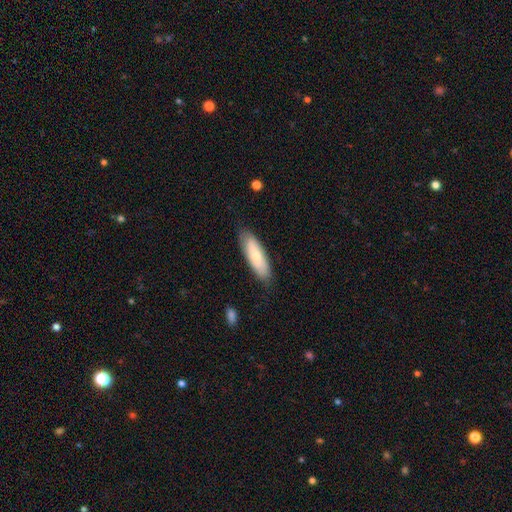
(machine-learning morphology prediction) A smooth galaxy with no disk features (71%) that is cigar-shaped (51%).

Vote fractions:
- Smooth or featured? smooth: 71% / featured or disk: 24% / star or artifact: 6%
- How rounded? cigar-shaped: 51% / in between: 48% / round: 2%
- Merging? none: 80% / minor disturbance: 16% / major disturbance: 3% / merger: 1%